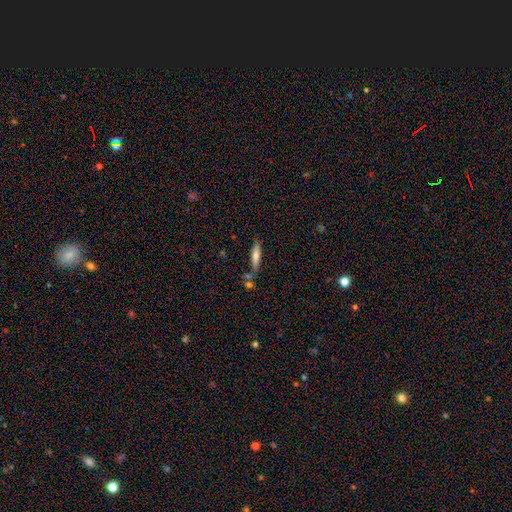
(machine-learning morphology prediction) Overall: smooth (57%; featured or disk 37%). How rounded: cigar-shaped (81%). Merging: none (76%).